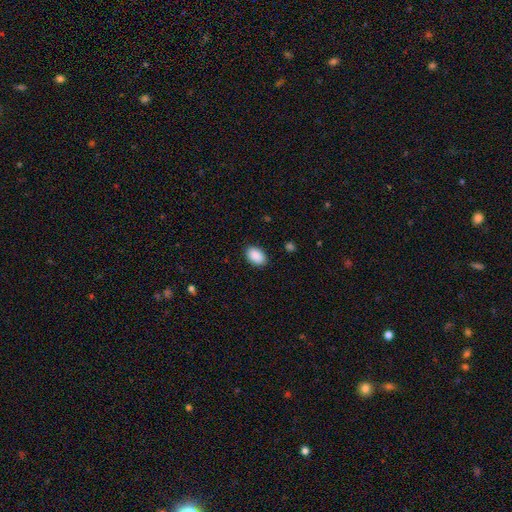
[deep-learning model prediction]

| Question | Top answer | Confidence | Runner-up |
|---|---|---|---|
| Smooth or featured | smooth | 91% | star or artifact (7%) |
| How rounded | in between | 91% | round (8%) |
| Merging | none | 88% | minor disturbance (9%) |